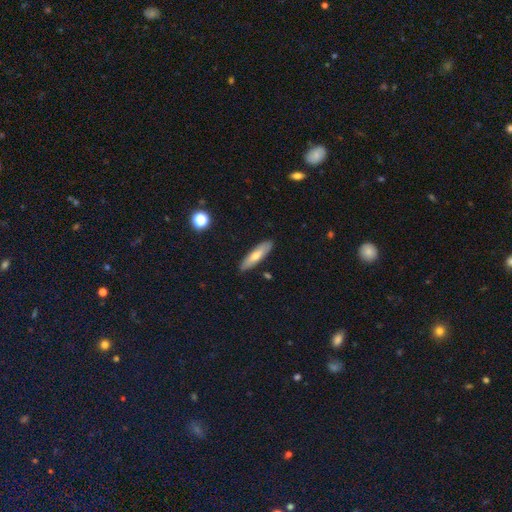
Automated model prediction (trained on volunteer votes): Smooth or featured?
  - smooth: 62% *
  - featured or disk: 31%
  - star or artifact: 6%
How rounded?
  - cigar-shaped: 70% *
  - in between: 28%
  - round: 2%
Merging?
  - none: 88% *
  - minor disturbance: 9%
  - major disturbance: 2%
  - merger: 2%